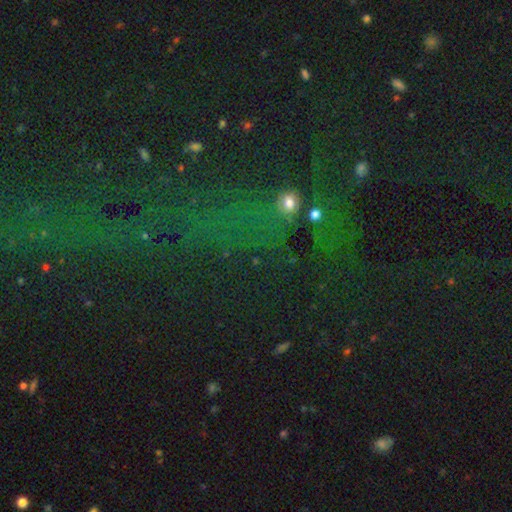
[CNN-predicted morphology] smooth_or_featured: star or artifact (p=0.65) [alt: smooth p=0.22]